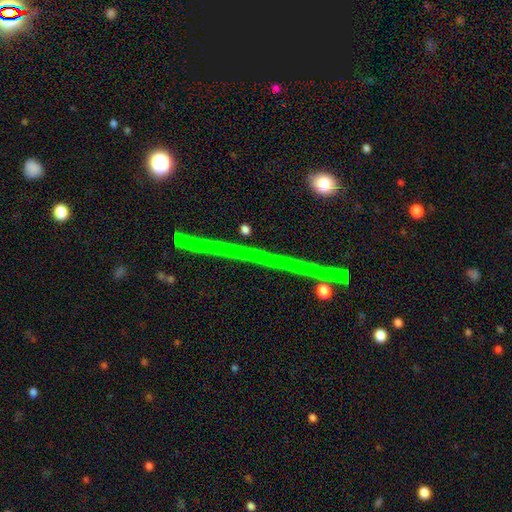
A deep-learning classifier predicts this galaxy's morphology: Q: Smooth or featured?
A: star or artifact (66%); runner-up: featured or disk (23%)